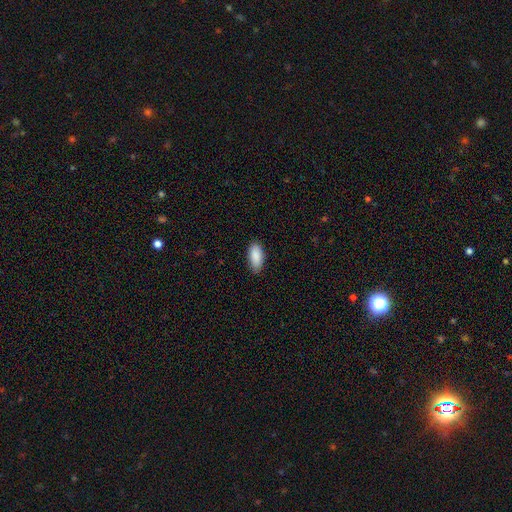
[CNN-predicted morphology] Smooth or featured?
  - smooth: 90% *
  - star or artifact: 6%
  - featured or disk: 4%
How rounded?
  - in between: 90% *
  - cigar-shaped: 8%
  - round: 2%
Merging?
  - none: 84% *
  - minor disturbance: 13%
  - major disturbance: 2%
  - merger: 1%